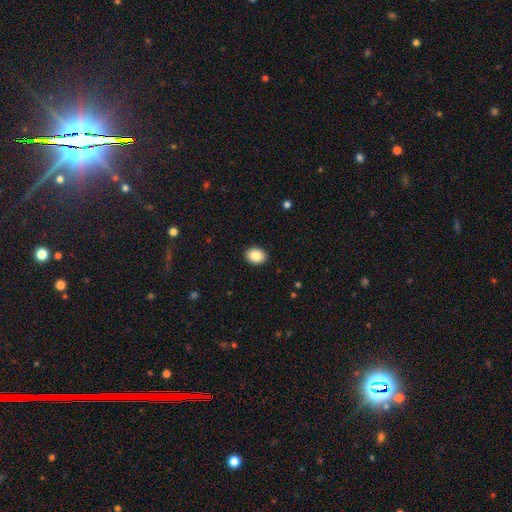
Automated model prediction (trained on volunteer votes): smooth_or_featured: smooth (p=0.87) [alt: star or artifact p=0.08]
how_rounded: in between (p=0.65) [alt: round p=0.35]
merging: none (p=0.91) [alt: minor disturbance p=0.06]